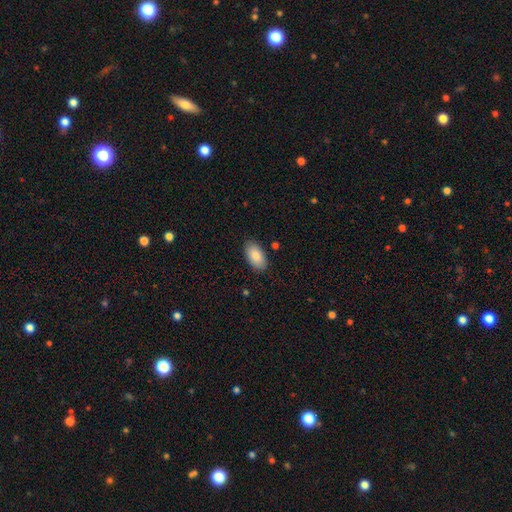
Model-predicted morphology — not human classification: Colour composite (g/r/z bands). It shows a smooth galaxy with no disk features (84%) that is in between round and cigar-shaped (95%). Merging: none (86%).